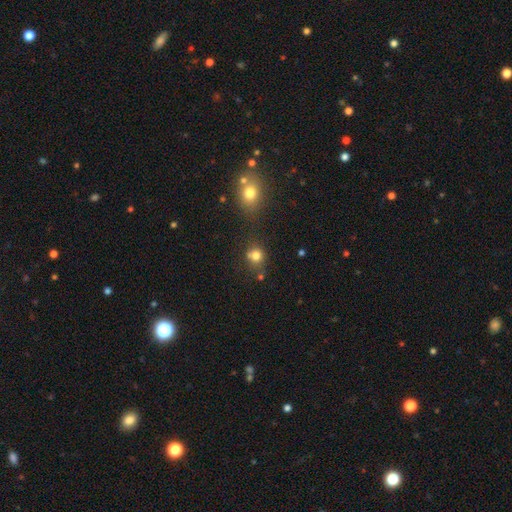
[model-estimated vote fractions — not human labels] This is likely a smooth galaxy (77%). How rounded: clearly round (82%). Merging: possibly none (60%).